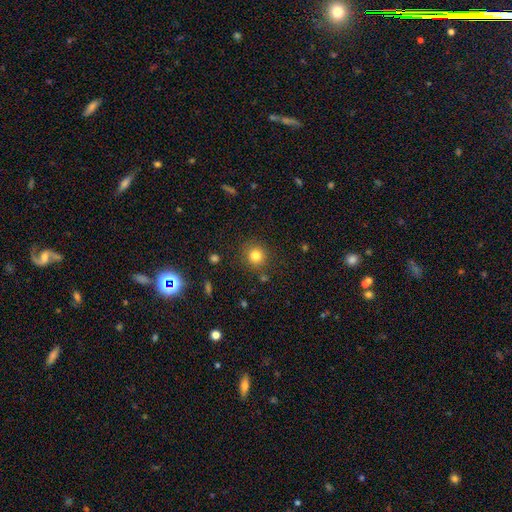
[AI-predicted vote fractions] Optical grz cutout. It shows a smooth galaxy with no disk features (81%) that is round (92%). Merging: none (86%).